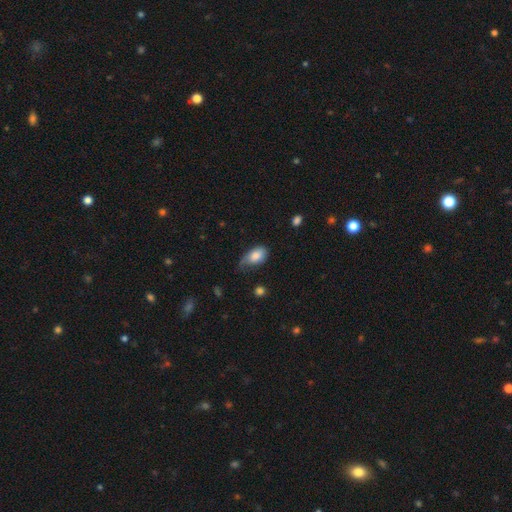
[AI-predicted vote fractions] A smooth galaxy with no disk features (78%) that is in between round and cigar-shaped (90%).

Vote fractions:
- Smooth or featured? smooth: 78% / featured or disk: 15% / star or artifact: 7%
- How rounded? in between: 90% / round: 8% / cigar-shaped: 2%
- Merging? minor disturbance: 39% / none: 38% / major disturbance: 20% / merger: 3%